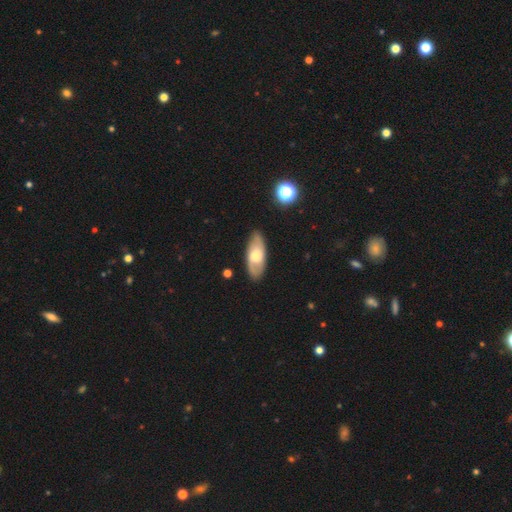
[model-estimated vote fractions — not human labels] smooth_or_featured: smooth (p=0.51) [alt: featured or disk p=0.43]
how_rounded: in between (p=0.84) [alt: cigar-shaped p=0.13]
merging: none (p=0.83) [alt: minor disturbance p=0.12]